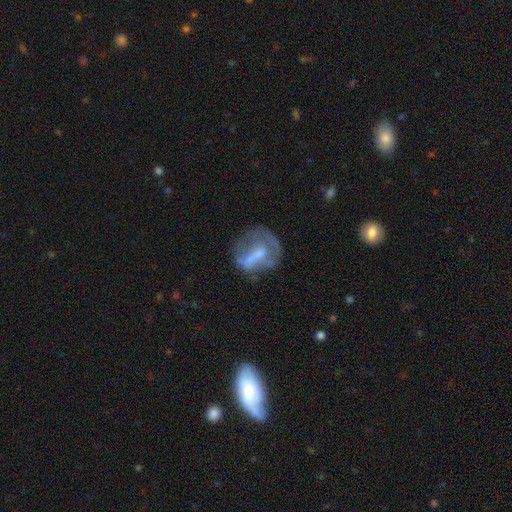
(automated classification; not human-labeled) A featured or disk galaxy (51%).

Vote fractions:
- Smooth or featured? featured or disk: 51% / smooth: 38% / star or artifact: 11%
- Edge-on disk? no: 94% / yes: 6%
- Merging? none: 43% / major disturbance: 29% / minor disturbance: 22% / merger: 5%